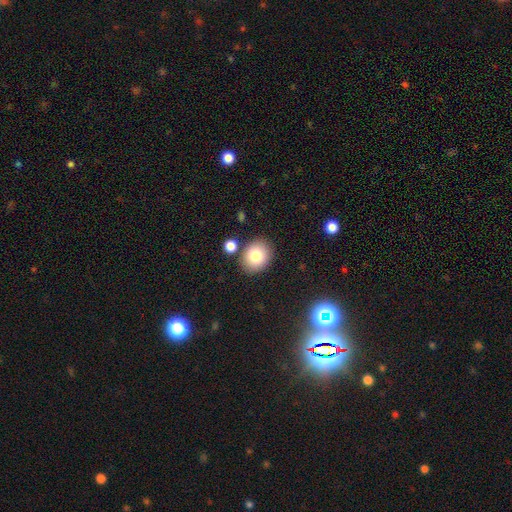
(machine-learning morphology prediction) A smooth galaxy with no disk features (81%) that is round (60%).

Vote fractions:
- Smooth or featured? smooth: 81% / featured or disk: 10% / star or artifact: 10%
- How rounded? round: 60% / in between: 39% / cigar-shaped: 1%
- Merging? none: 82% / minor disturbance: 9% / merger: 6% / major disturbance: 3%